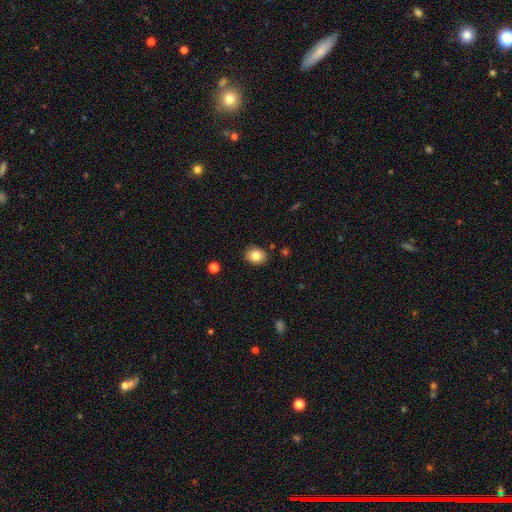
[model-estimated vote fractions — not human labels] A smooth galaxy with no disk features (82%) that is round (58%).

Vote fractions:
- Smooth or featured? smooth: 82% / star or artifact: 10% / featured or disk: 9%
- How rounded? round: 58% / in between: 41% / cigar-shaped: 1%
- Merging? none: 87% / minor disturbance: 9% / major disturbance: 2% / merger: 2%